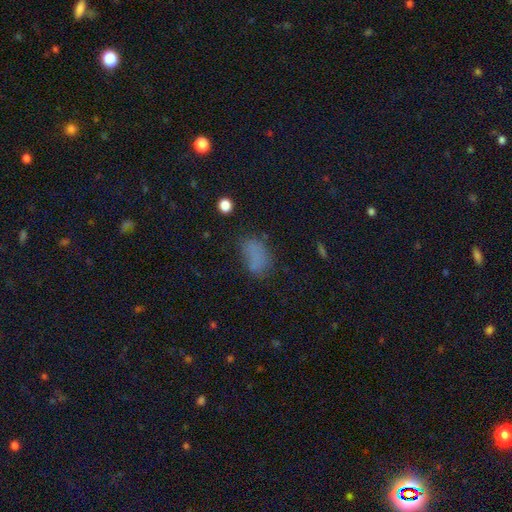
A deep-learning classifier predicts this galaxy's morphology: smooth 71%, star or artifact 18%, featured or disk 11%. Down the decision tree: how rounded — in between (84%); merging — none (55%).